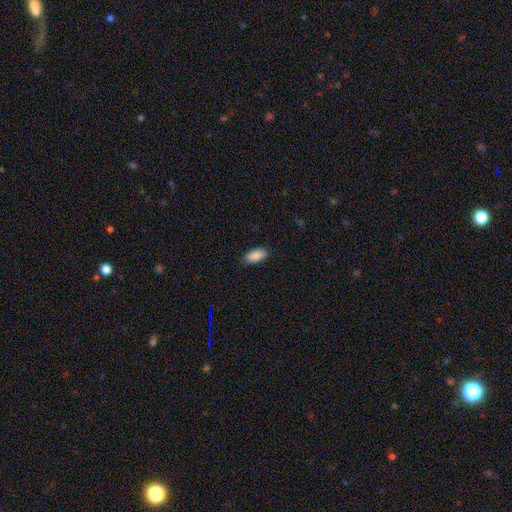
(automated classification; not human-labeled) The model was most divided on "merging": none: 86%, minor disturbance: 11%, major disturbance: 2%, merger: 1%. More confident: how rounded — in between (92%); smooth or featured — smooth (87%).